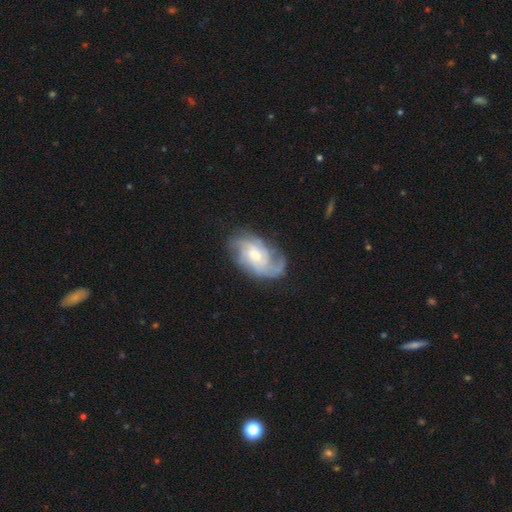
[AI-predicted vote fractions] Smooth or featured?
  - featured or disk: 83% *
  - smooth: 12%
  - star or artifact: 5%
Edge-on disk?
  - no: 97% *
  - yes: 3%
Bar?
  - no: 52% *
  - weak: 41%
  - strong: 7%
Spiral arms?
  - yes: 95% *
  - no: 5%
Spiral winding?
  - medium: 45% *
  - tight: 36%
  - loose: 19%
Spiral arm count?
  - 3: 29% *
  - 2: 25%
  - can't tell: 23%
  - 4: 11%
  - 1: 6%
  - more than 4: 5%
Bulge size?
  - moderate: 56% *
  - small: 25%
  - large: 13%
  - none: 5%
  - dominant: 1%
Merging?
  - none: 67% *
  - minor disturbance: 20%
  - major disturbance: 11%
  - merger: 2%